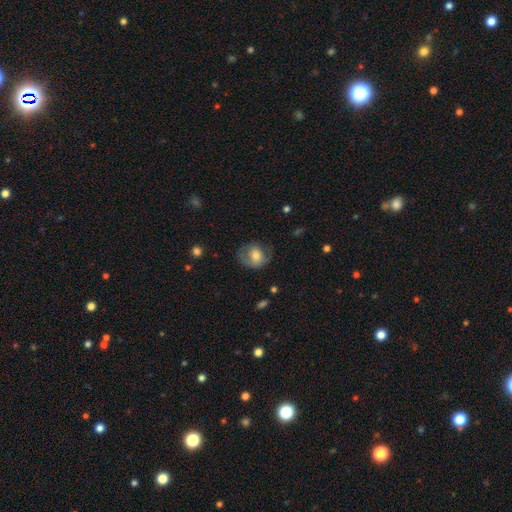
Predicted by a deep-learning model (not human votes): Smooth or featured? Predicted: smooth (p=0.59). How rounded? Predicted: round (p=0.63). Merging? Predicted: none (p=0.59).